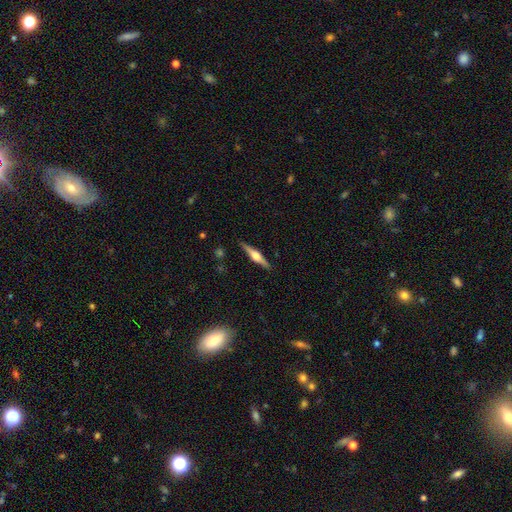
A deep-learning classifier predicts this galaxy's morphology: type=featured or disk (72%); edge-on=yes (98%); edge-on bulge=rounded (92%); merging=none (90%).